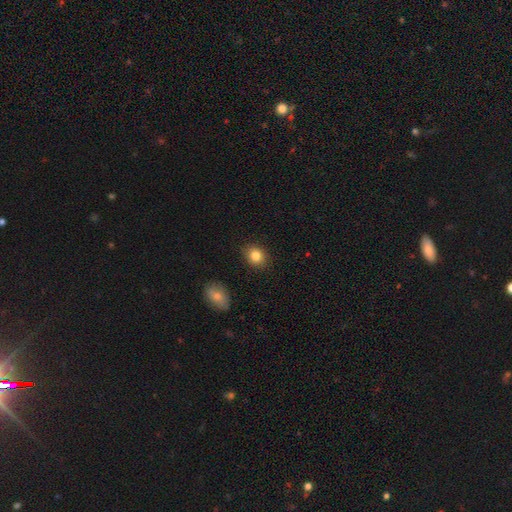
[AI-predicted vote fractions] Morphology: type=smooth (83%); roundness=round (57%); merging=none (88%).